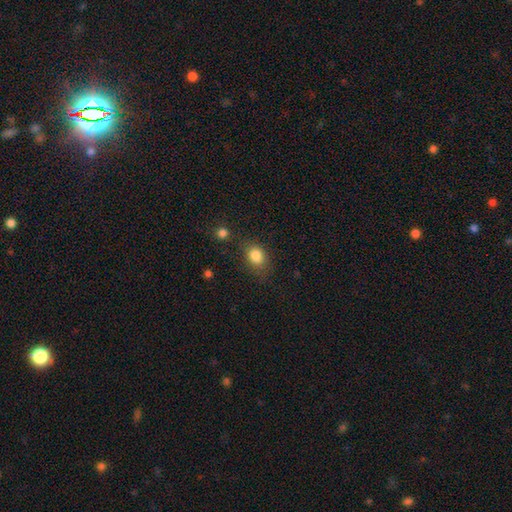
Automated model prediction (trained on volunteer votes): Morphology: type=smooth (84%); roundness=in between (59%); merging=none (70%).